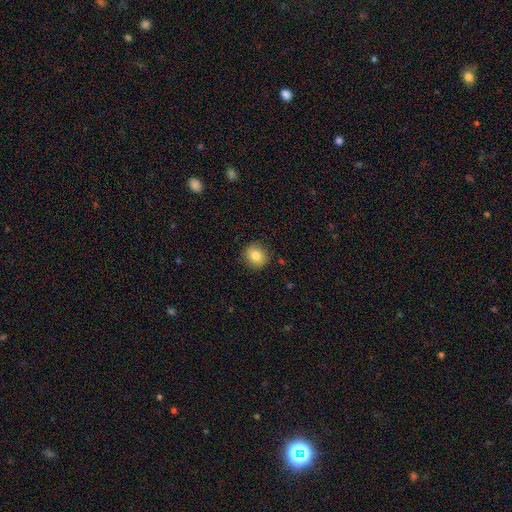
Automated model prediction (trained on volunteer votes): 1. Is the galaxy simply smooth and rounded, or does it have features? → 82% smooth, 10% star or artifact, 8% featured or disk.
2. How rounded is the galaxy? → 82% round, 17% in between, 1% cigar-shaped.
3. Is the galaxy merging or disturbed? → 89% none, 8% minor disturbance, 2% major disturbance, 1% merger.